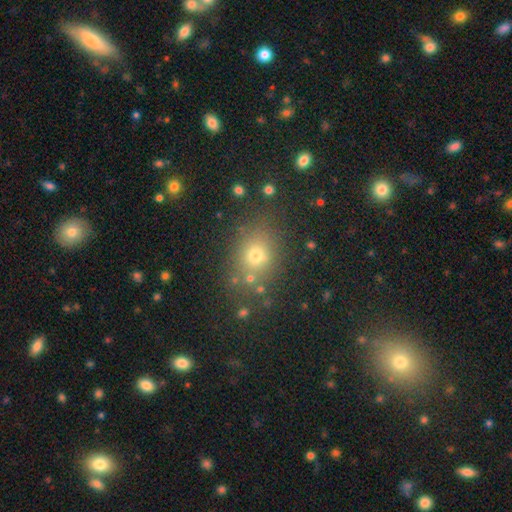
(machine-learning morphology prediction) smooth_or_featured: smooth (p=0.66) [alt: star or artifact p=0.24]
how_rounded: round (p=0.61) [alt: in between p=0.37]
merging: none (p=0.77) [alt: minor disturbance p=0.12]